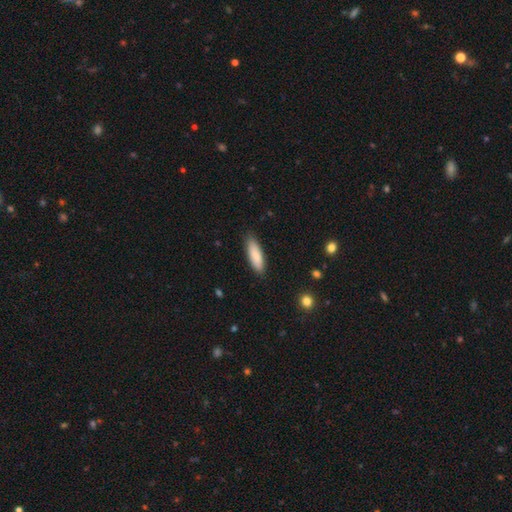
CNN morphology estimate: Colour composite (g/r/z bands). It shows a smooth galaxy with no disk features (84%) that is in between round and cigar-shaped (50%). Merging: none (86%).